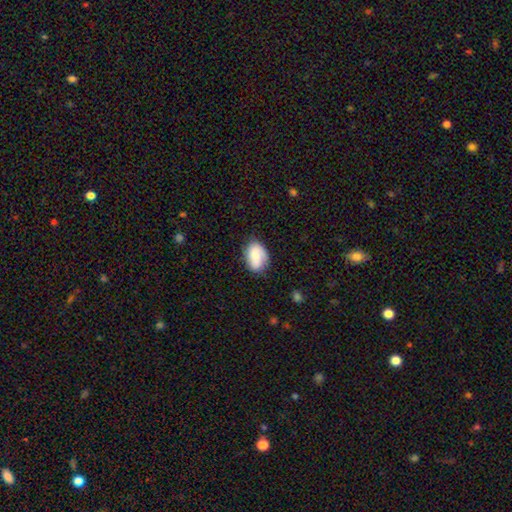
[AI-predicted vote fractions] Overall: smooth (69%). How rounded: in between (84%). Merging: none (70%).